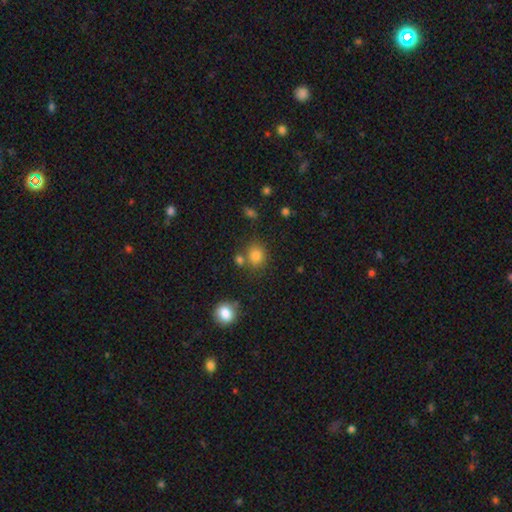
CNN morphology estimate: type=smooth (82%); roundness=round (78%); merging=none (69%).